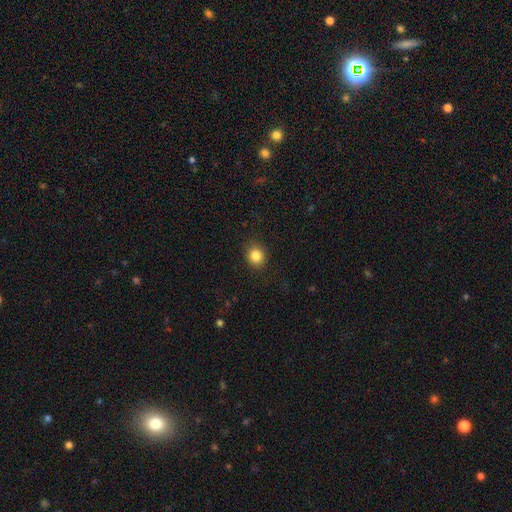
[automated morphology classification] smooth 85%, star or artifact 10%, featured or disk 5%. Down the decision tree: how rounded — round (79%); merging — none (88%).